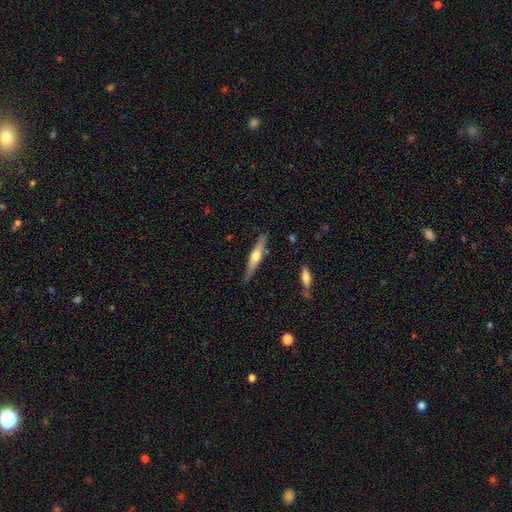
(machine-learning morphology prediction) The model was most divided on "smooth or featured": featured or disk: 58%, smooth: 37%, star or artifact: 5%. More confident: edge-on disk — yes (95%); edge-on bulge — rounded (90%); merging — none (86%).